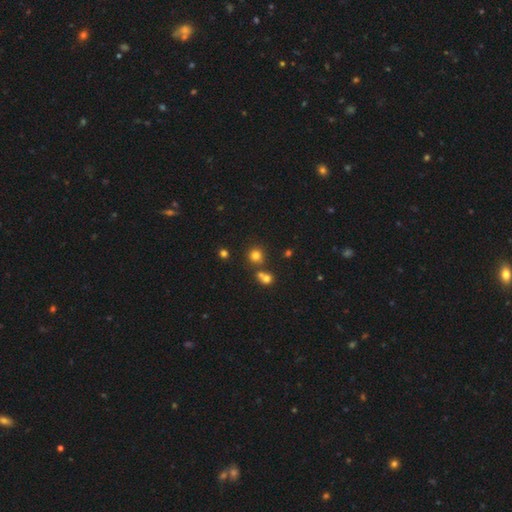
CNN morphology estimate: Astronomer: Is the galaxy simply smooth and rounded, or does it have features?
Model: smooth — 77%.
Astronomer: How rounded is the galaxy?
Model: round — 91%.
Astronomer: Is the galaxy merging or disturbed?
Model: none — 71%.